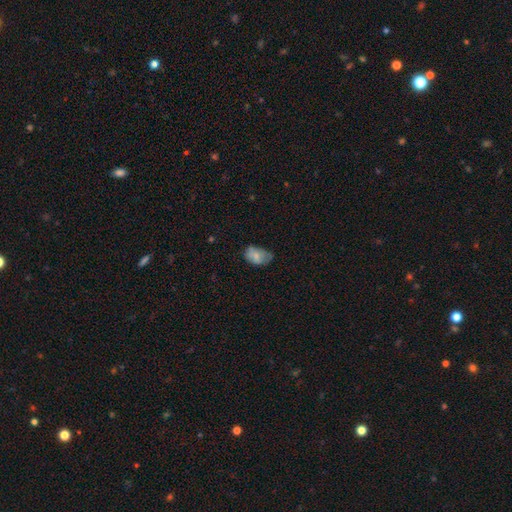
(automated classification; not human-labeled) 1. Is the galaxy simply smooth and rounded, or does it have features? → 72% smooth, 20% featured or disk, 8% star or artifact.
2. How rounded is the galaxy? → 87% in between, 12% round, 1% cigar-shaped.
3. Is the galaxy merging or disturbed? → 44% none, 40% minor disturbance, 14% major disturbance, 2% merger.